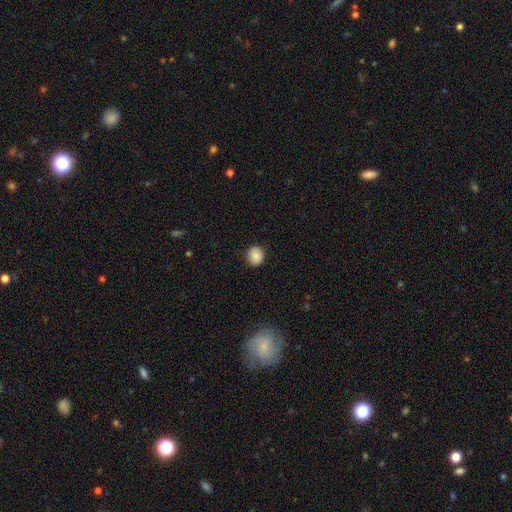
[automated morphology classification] A smooth galaxy with no disk features (88%) that is round (79%).

Vote fractions:
- Smooth or featured? smooth: 88% / star or artifact: 8% / featured or disk: 4%
- How rounded? round: 79% / in between: 20% / cigar-shaped: 1%
- Merging? none: 89% / minor disturbance: 8% / major disturbance: 2% / merger: 1%